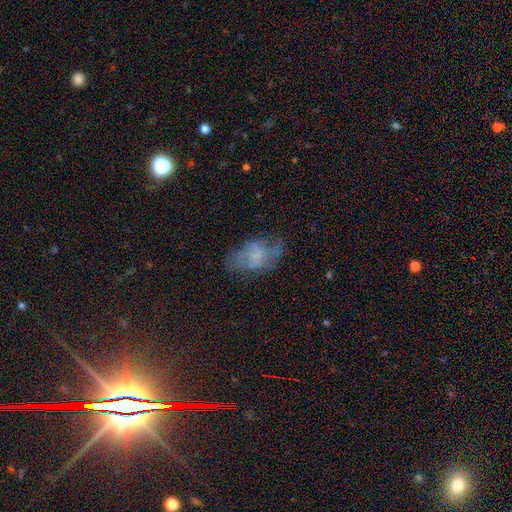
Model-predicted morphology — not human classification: smooth-or-featured: smooth: 46% | featured or disk: 40% | star or artifact: 13%
  merging: none: 52% | minor disturbance: 26% | major disturbance: 20% | merger: 3%